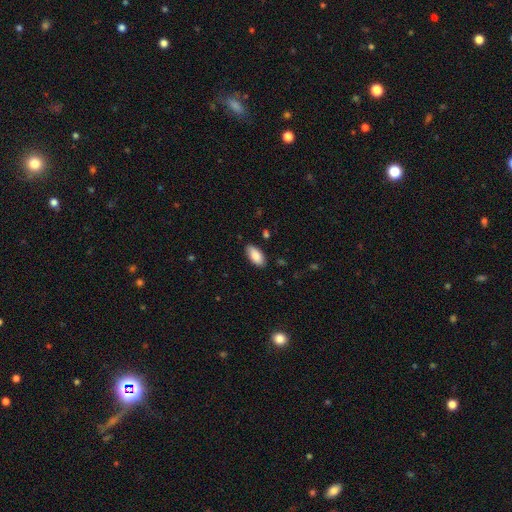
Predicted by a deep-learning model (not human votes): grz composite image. It shows a smooth galaxy with no disk features (85%) that is in between round and cigar-shaped (92%). Merging: none (86%).